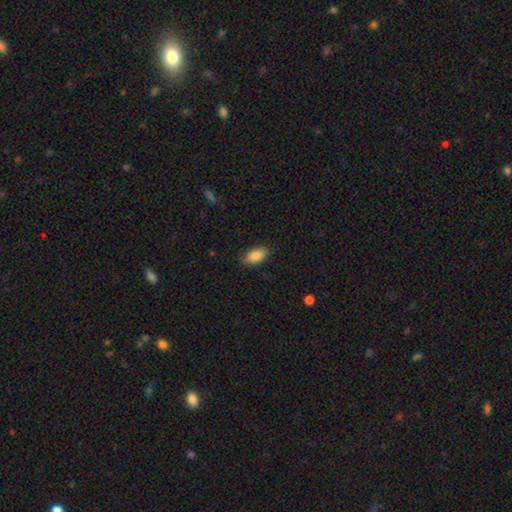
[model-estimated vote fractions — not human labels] Smooth or featured: smooth — 88% (star or artifact — 7%)
How rounded: in between — 92% (cigar-shaped — 5%)
Merging: none — 83% (minor disturbance — 14%)